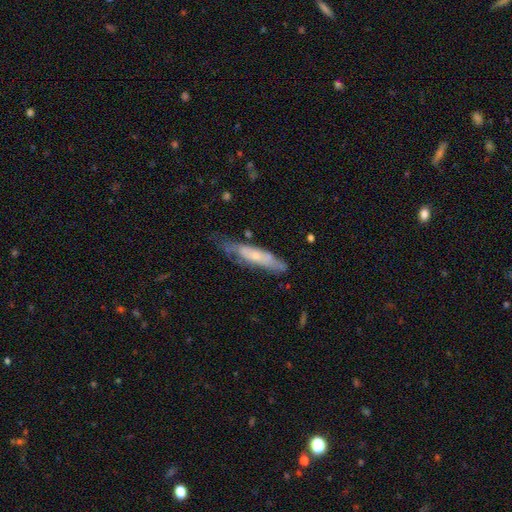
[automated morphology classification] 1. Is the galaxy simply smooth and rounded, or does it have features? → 51% featured or disk, 42% smooth, 6% star or artifact.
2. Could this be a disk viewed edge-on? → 52% yes, 48% no.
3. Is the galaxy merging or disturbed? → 52% none, 33% minor disturbance, 13% major disturbance, 3% merger.